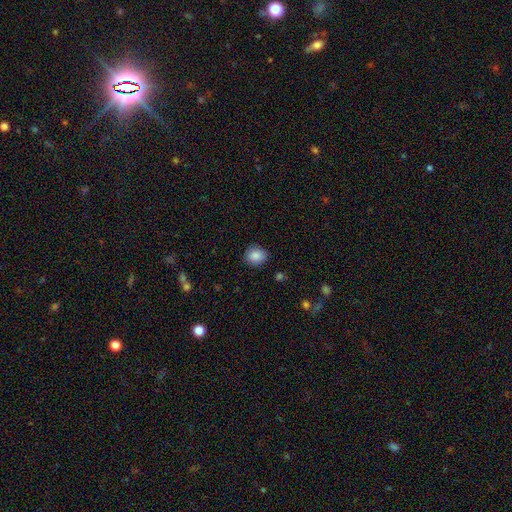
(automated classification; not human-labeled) A smooth galaxy with no disk features (87%) that is round (73%). Merging: none (87%).